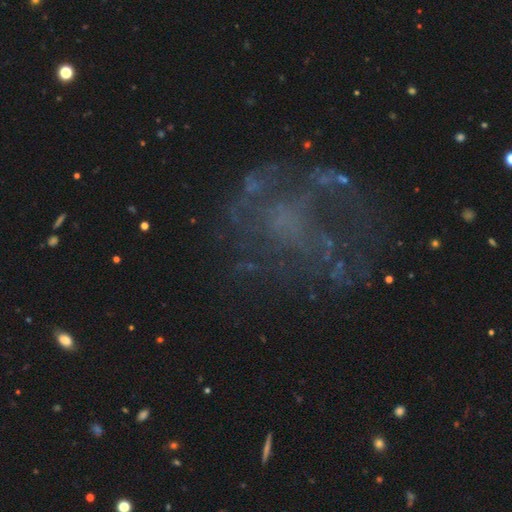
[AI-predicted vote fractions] Smooth or featured? featured or disk (58%)
Edge-on disk? no (97%)
Bar? no (83%)
Spiral arms? no (64%)
Bulge size? none (63%)
Merging? none (50%)